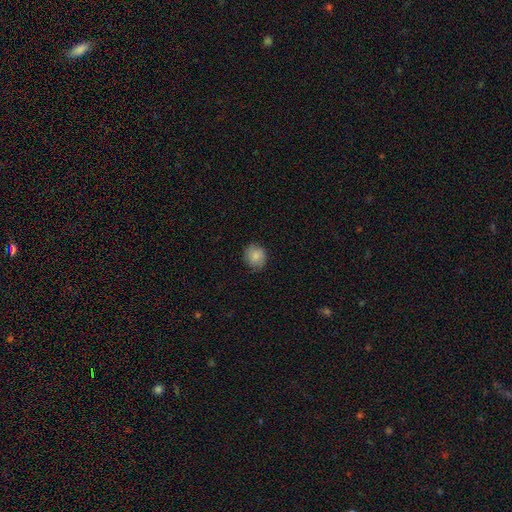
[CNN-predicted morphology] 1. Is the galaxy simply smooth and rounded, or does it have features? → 82% smooth, 10% featured or disk, 8% star or artifact.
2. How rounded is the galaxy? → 78% round, 21% in between, 1% cigar-shaped.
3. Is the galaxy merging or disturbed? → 83% none, 14% minor disturbance, 3% major disturbance, 1% merger.